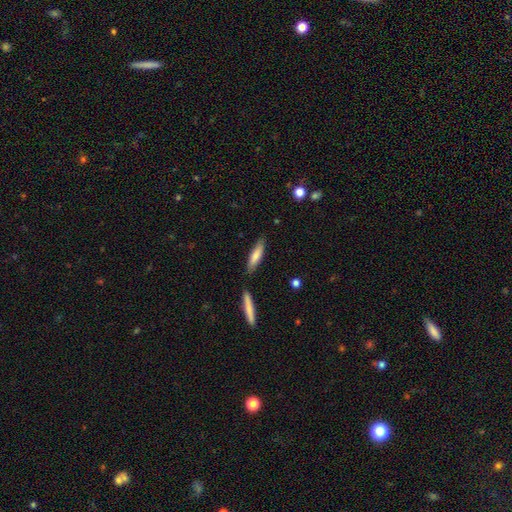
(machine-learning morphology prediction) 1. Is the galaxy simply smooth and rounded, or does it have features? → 76% smooth, 19% featured or disk, 6% star or artifact.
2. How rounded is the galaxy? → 73% cigar-shaped, 26% in between, 1% round.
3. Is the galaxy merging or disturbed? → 80% none, 12% minor disturbance, 6% merger, 2% major disturbance.